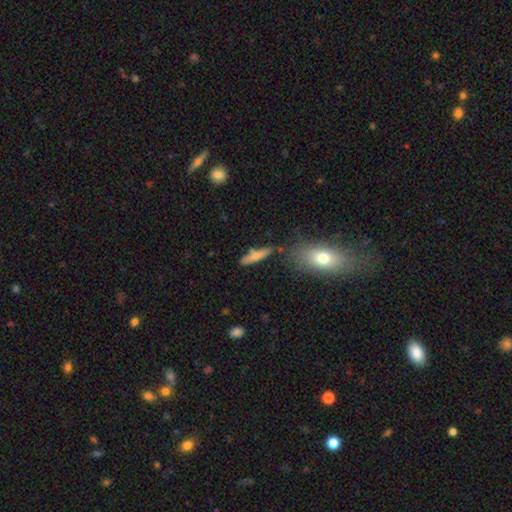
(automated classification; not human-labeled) Overall: smooth (66%). How rounded: cigar-shaped (76%). Merging: none (65%).